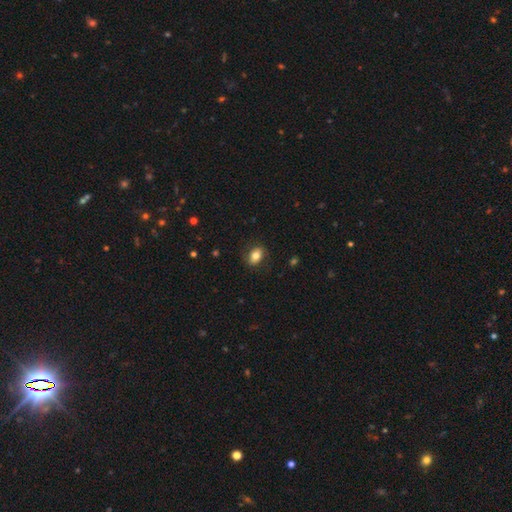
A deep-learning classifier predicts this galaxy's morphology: The model was most divided on "how rounded": in between: 77%, round: 22%, cigar-shaped: 2%. More confident: merging — none (83%); smooth or featured — smooth (79%).